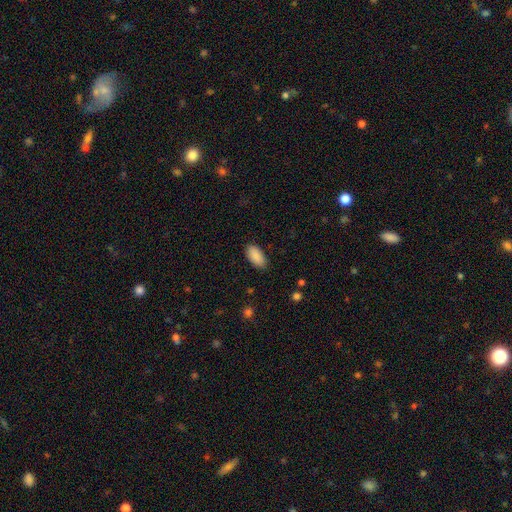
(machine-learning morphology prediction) A smooth galaxy with no disk features (90%) that is in between round and cigar-shaped (94%). Merging: none (86%).